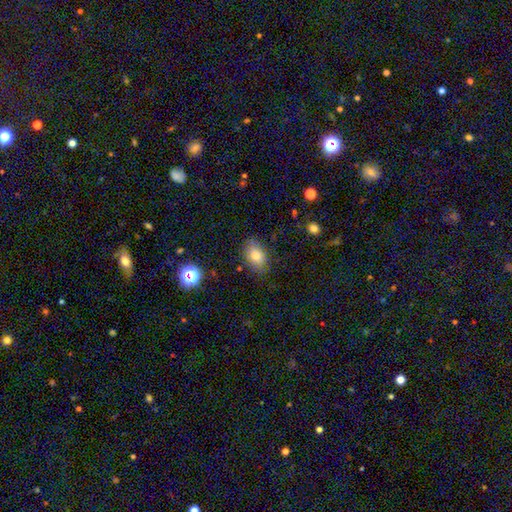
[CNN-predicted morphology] Smooth or featured? Predicted: smooth (p=0.78). How rounded? Predicted: in between (p=0.80). Merging? Predicted: none (p=0.83).